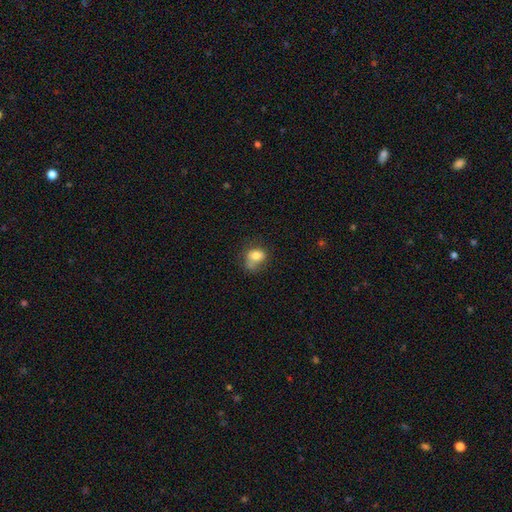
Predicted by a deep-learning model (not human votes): smooth 75%, featured or disk 15%, star or artifact 10%. Down the decision tree: how rounded — in between (64%); merging — none (39%).